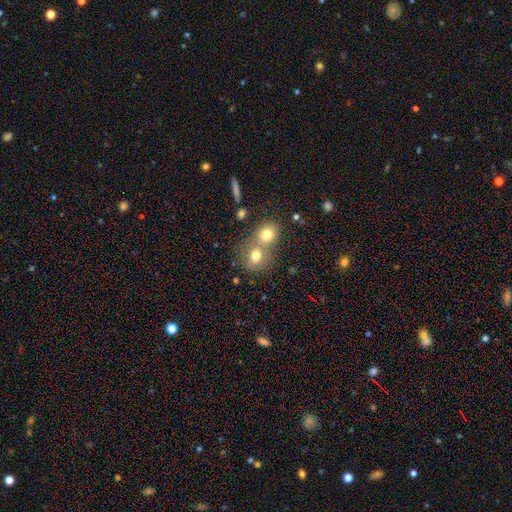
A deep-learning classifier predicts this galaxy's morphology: This appears to be a smooth galaxy with no disk features (74%) that is round (69%). Merging: merger (56%).